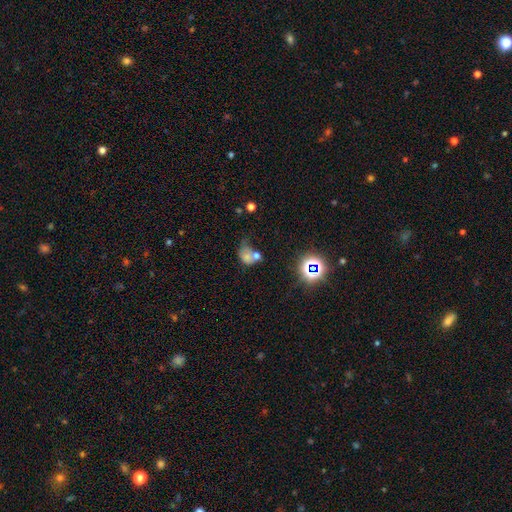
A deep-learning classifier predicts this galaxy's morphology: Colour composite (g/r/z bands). It shows a smooth galaxy with no disk features (58%) that is in between round and cigar-shaped (57%). Merging: merger (48%).